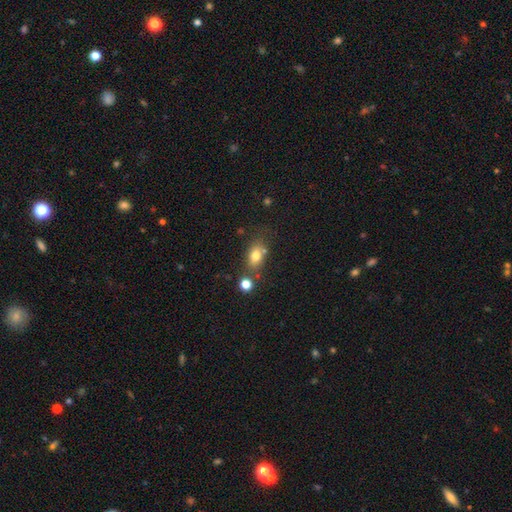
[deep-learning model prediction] Smooth or featured? smooth (76%)
How rounded? in between (73%)
Merging? none (63%)